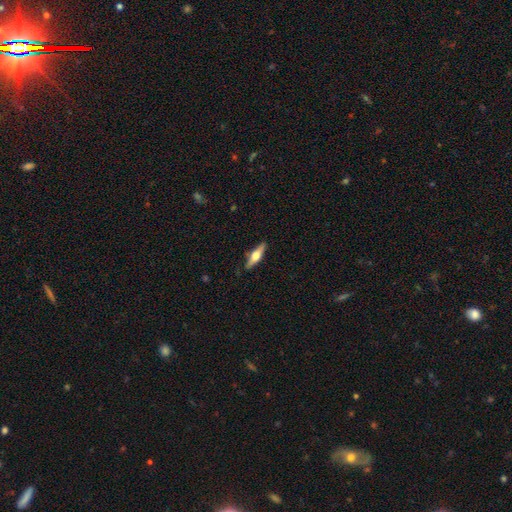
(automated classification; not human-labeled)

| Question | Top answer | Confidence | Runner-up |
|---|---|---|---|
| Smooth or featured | featured or disk | 59% | smooth (35%) |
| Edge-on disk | yes | 95% | no (5%) |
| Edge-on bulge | rounded | 94% | boxy (5%) |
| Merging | none | 87% | minor disturbance (10%) |